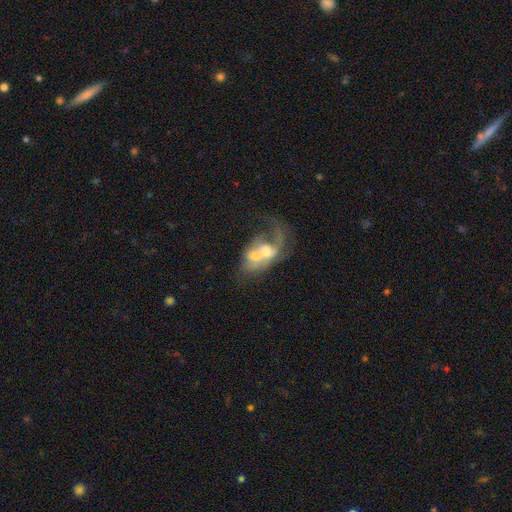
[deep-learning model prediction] Smooth or featured?
  - featured or disk: 55% *
  - smooth: 37%
  - star or artifact: 8%
Edge-on disk?
  - no: 96% *
  - yes: 4%
Bar?
  - no: 74% *
  - weak: 21%
  - strong: 5%
Spiral arms?
  - no: 55% *
  - yes: 45%
Bulge size?
  - moderate: 58% *
  - small: 19%
  - large: 14%
  - none: 6%
  - dominant: 2%
Merging?
  - merger: 72% *
  - major disturbance: 14%
  - none: 8%
  - minor disturbance: 5%